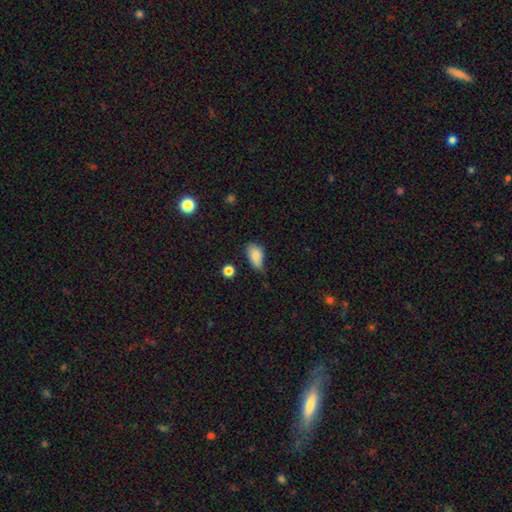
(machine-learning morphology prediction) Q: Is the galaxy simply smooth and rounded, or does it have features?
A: smooth — 82%.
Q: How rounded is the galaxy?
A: in between — 90%.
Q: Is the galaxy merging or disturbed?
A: none — 44%.